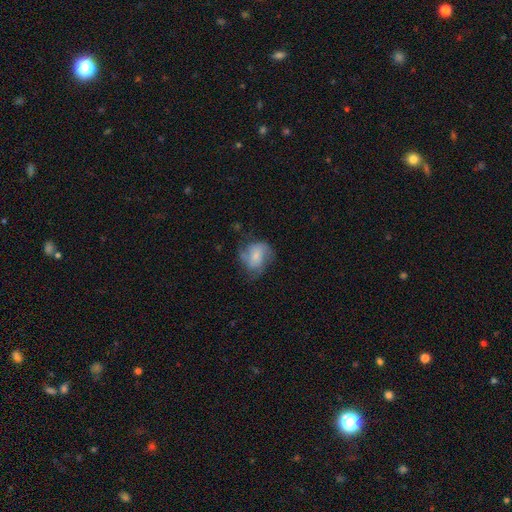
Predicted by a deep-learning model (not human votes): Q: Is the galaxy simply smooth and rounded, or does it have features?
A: featured or disk — 48%.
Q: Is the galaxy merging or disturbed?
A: none — 49%.